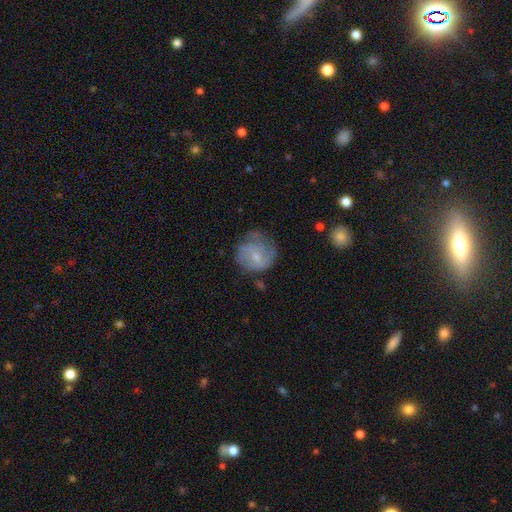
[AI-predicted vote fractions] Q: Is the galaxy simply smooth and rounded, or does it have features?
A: smooth — 48%.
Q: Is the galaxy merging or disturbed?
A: none — 52%.